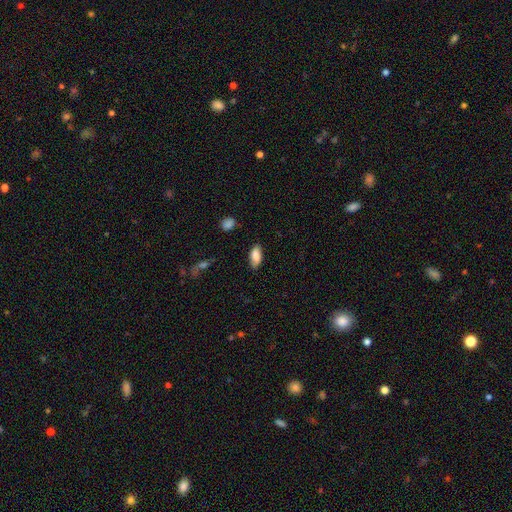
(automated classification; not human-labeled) This appears to be a smooth galaxy with no disk features (83%) that is in between round and cigar-shaped (87%). Merging: none (78%).